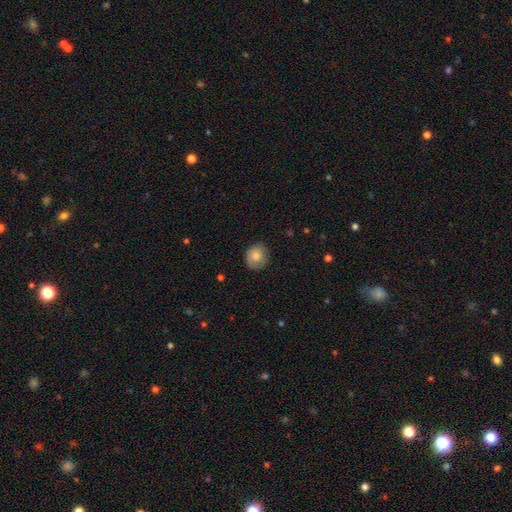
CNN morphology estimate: A smooth galaxy with no disk features (79%) that is round (80%). Merging: none (80%).